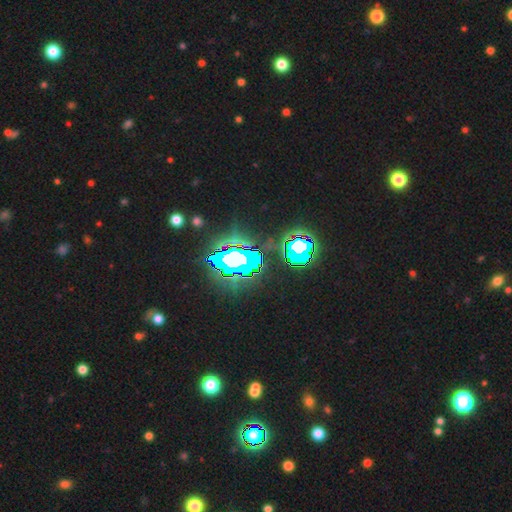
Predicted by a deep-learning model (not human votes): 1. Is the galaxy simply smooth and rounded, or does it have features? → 83% star or artifact, 9% smooth, 8% featured or disk.